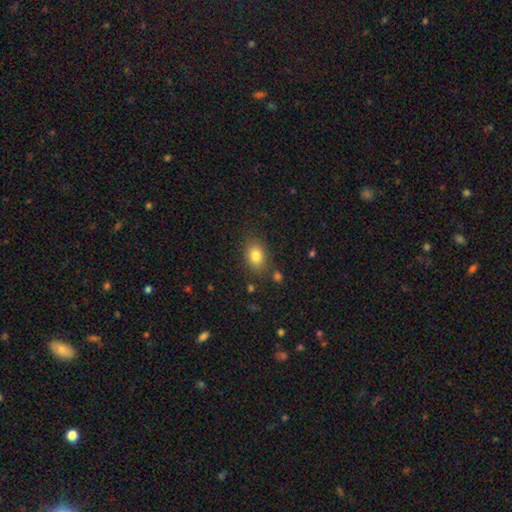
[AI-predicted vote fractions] A smooth galaxy with no disk features (82%) that is in between round and cigar-shaped (73%). Merging: none (81%).